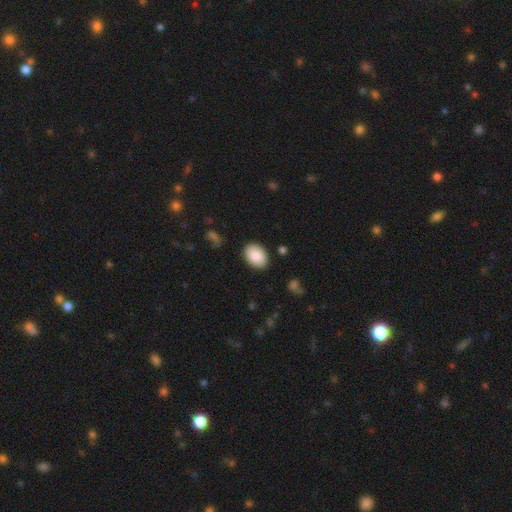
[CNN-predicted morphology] A smooth galaxy with no disk features (88%) that is in between round and cigar-shaped (84%).

Vote fractions:
- Smooth or featured? smooth: 88% / star or artifact: 6% / featured or disk: 6%
- How rounded? in between: 84% / round: 15% / cigar-shaped: 1%
- Merging? none: 88% / minor disturbance: 9% / major disturbance: 2% / merger: 1%